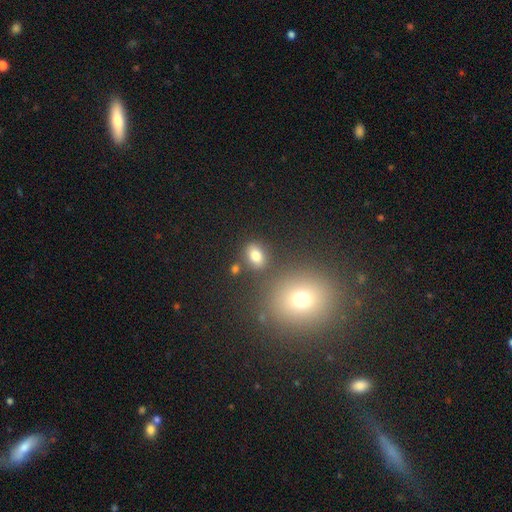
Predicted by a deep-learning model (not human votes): Smooth or featured? Predicted: smooth (p=0.79). How rounded? Predicted: in between (p=0.74). Merging? Predicted: none (p=0.77).